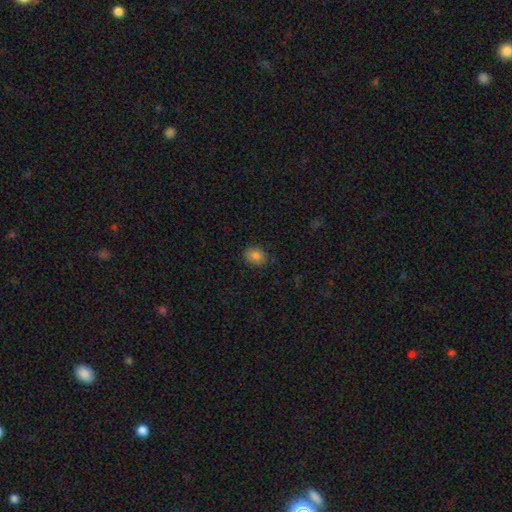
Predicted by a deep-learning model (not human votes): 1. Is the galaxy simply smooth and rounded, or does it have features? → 82% smooth, 10% star or artifact, 8% featured or disk.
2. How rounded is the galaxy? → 68% in between, 31% round, 1% cigar-shaped.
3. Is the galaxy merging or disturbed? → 83% none, 13% minor disturbance, 2% major disturbance, 1% merger.